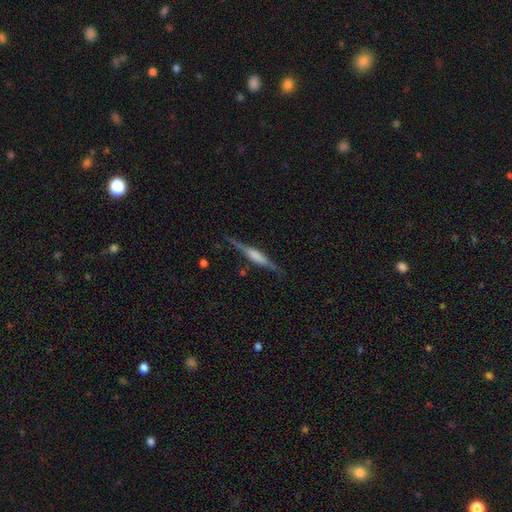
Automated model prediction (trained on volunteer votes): Smooth or featured? featured or disk (66%)
Edge-on disk? yes (96%)
Edge-on bulge? boxy (49%)
Merging? none (81%)